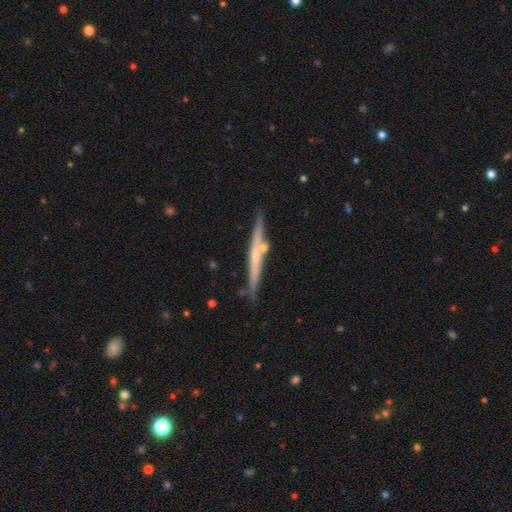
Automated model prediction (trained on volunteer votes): A featured or disk galaxy (63%) viewed edge-on (96%) with no central bulge (58%).

Vote fractions:
- Smooth or featured? featured or disk: 63% / smooth: 31% / star or artifact: 6%
- Edge-on disk? yes: 96% / no: 4%
- Edge-on bulge? none: 58% / rounded: 35% / boxy: 7%
- Merging? none: 80% / minor disturbance: 12% / merger: 6% / major disturbance: 2%